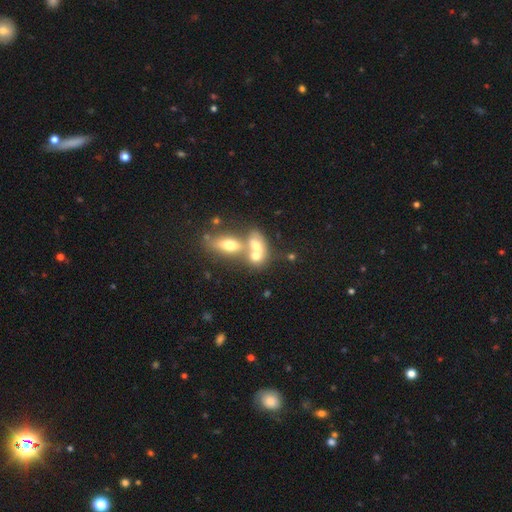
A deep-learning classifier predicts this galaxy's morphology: Smooth or featured? smooth (62%)
How rounded? in between (68%)
Merging? merger (64%)